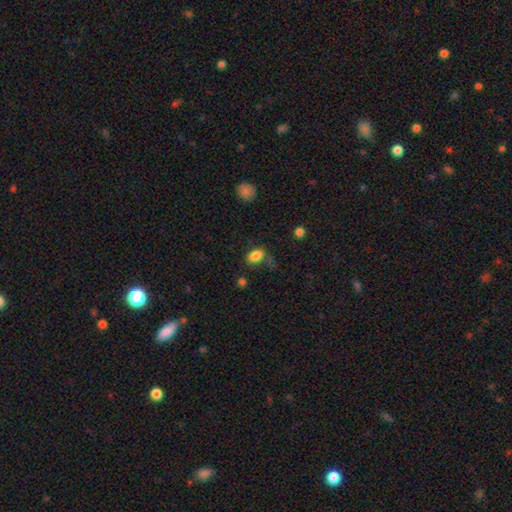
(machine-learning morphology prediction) Smooth or featured: smooth — 85% (star or artifact — 9%)
How rounded: in between — 86% (round — 12%)
Merging: none — 71% (minor disturbance — 19%)